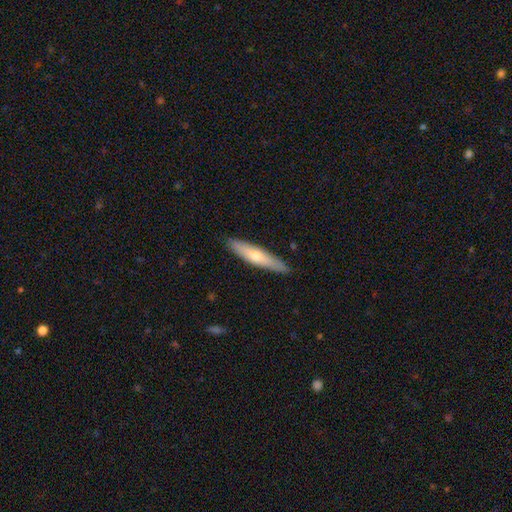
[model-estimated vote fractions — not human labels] Overall: smooth (58%; featured or disk 37%). How rounded: cigar-shaped (84%). Merging: none (88%).